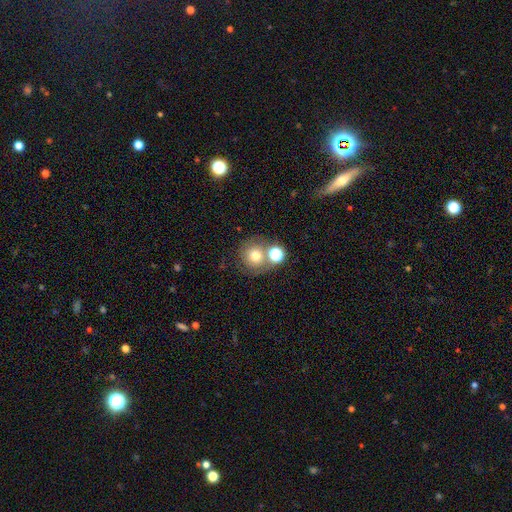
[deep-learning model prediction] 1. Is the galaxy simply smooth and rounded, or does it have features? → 69% smooth, 18% featured or disk, 13% star or artifact.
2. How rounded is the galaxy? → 89% round, 10% in between, 1% cigar-shaped.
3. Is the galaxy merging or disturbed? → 55% none, 29% merger, 10% minor disturbance, 6% major disturbance.